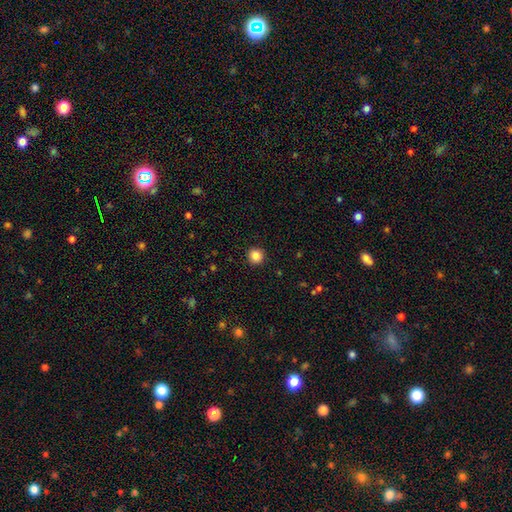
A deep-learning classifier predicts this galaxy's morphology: A smooth galaxy with no disk features (85%) that is round (96%). Merging: none (93%).